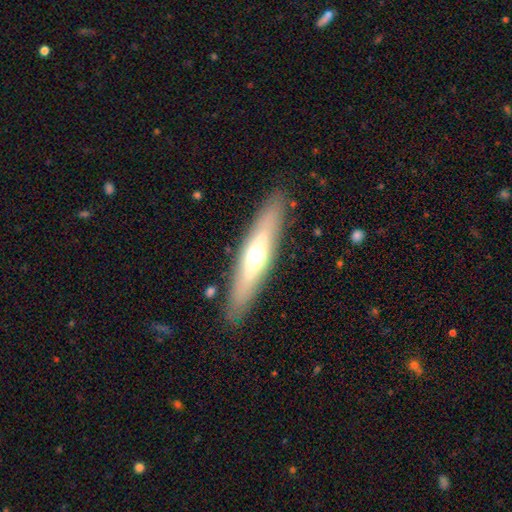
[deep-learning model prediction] Smooth or featured? Predicted: featured or disk (p=0.51). Edge-on disk? Predicted: yes (p=0.67). Merging? Predicted: none (p=0.85).